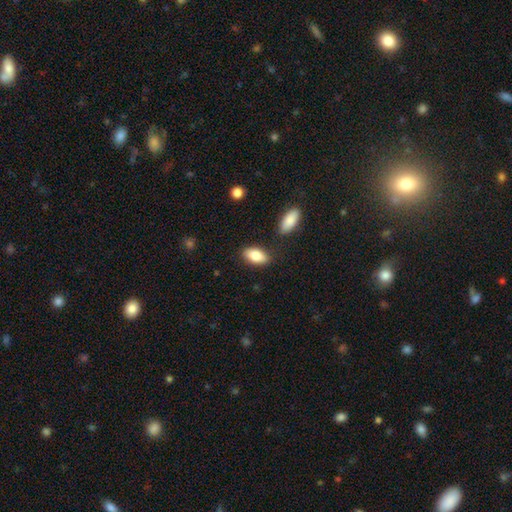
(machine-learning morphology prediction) Smooth or featured? Predicted: smooth (p=0.84). How rounded? Predicted: in between (p=0.91). Merging? Predicted: none (p=0.82).